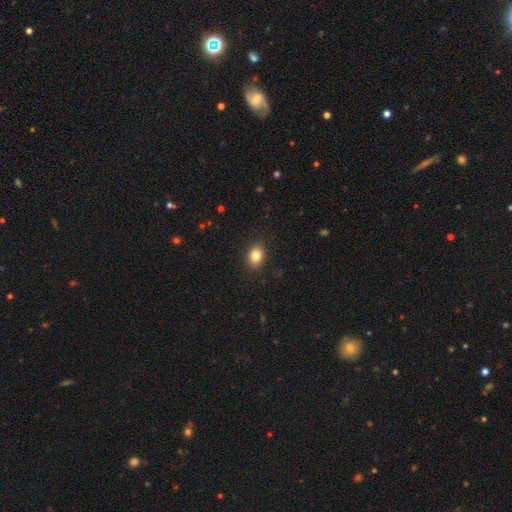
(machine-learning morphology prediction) Smooth or featured: smooth — 83% (star or artifact — 10%)
How rounded: in between — 74% (round — 25%)
Merging: none — 89% (minor disturbance — 8%)